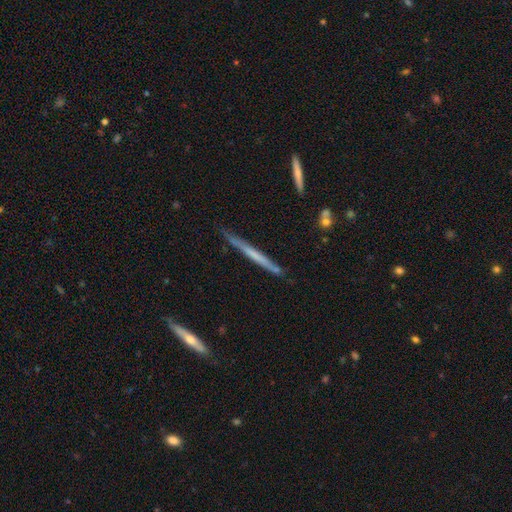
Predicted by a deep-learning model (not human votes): Smooth or featured: featured or disk — 53% (smooth — 41%)
Edge-on disk: yes — 96% (no — 4%)
Edge-on bulge: none — 81% (rounded — 13%)
Merging: none — 82% (minor disturbance — 14%)